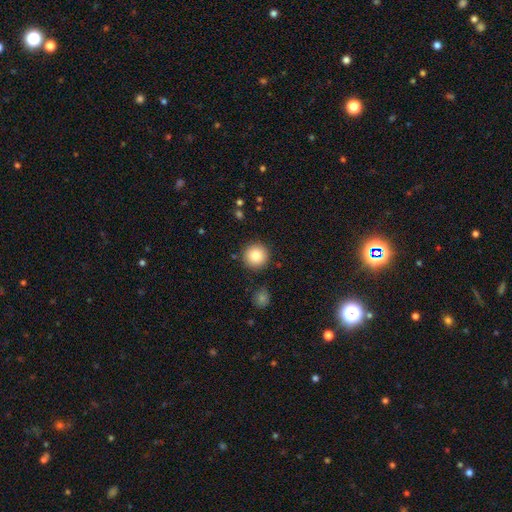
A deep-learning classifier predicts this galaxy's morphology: Overall: smooth (86%). How rounded: round (95%). Merging: none (90%).